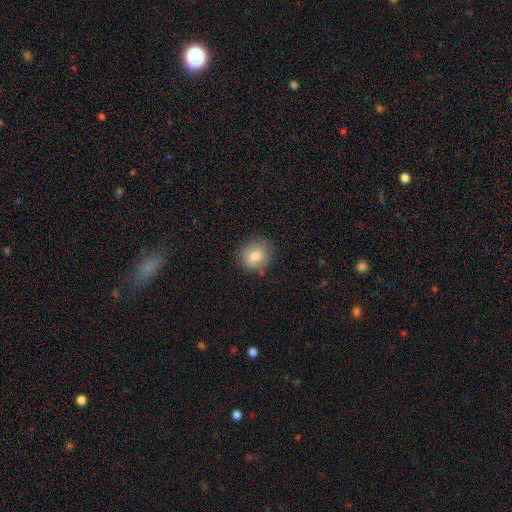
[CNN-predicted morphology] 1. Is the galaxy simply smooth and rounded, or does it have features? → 82% smooth, 10% featured or disk, 9% star or artifact.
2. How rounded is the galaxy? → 81% round, 18% in between, 1% cigar-shaped.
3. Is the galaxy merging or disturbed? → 84% none, 12% minor disturbance, 3% major disturbance, 2% merger.